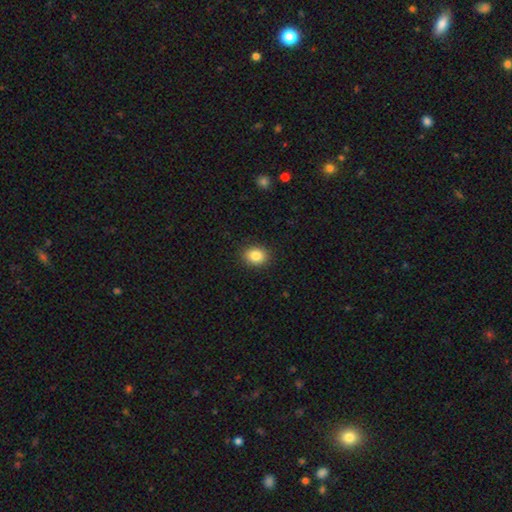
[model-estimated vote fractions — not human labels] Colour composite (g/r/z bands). It shows a smooth galaxy with no disk features (85%) that is round (55%). Merging: none (90%).